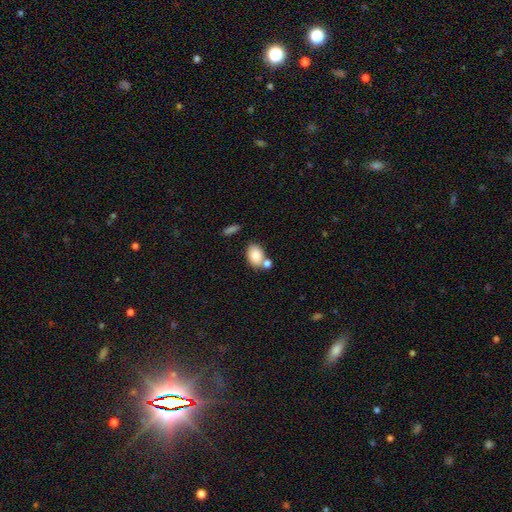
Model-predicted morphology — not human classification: smooth-or-featured: smooth: 81% | featured or disk: 11% | star or artifact: 8%
  how-rounded: in between: 80% | round: 19% | cigar-shaped: 1%
  merging: none: 57% | merger: 27% | minor disturbance: 13% | major disturbance: 4%